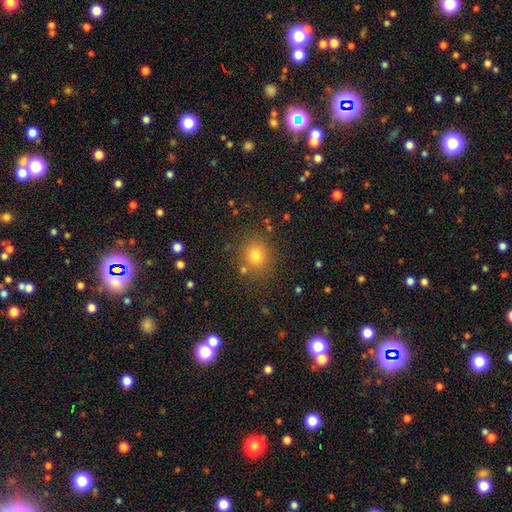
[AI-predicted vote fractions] This is likely a smooth galaxy (77%). How rounded: clearly round (84%). Merging: clearly none (83%).